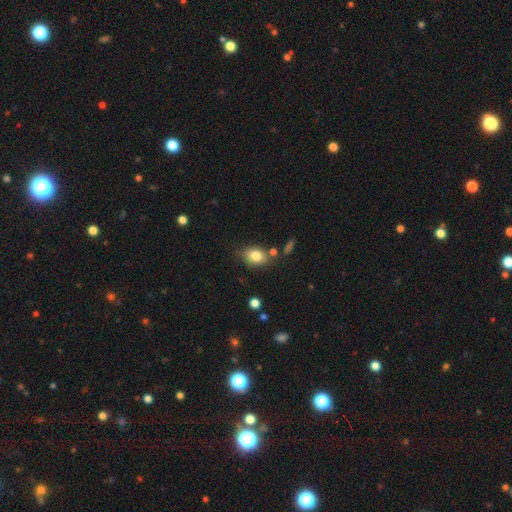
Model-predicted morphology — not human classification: Smooth or featured?
  - smooth: 82% *
  - featured or disk: 9%
  - star or artifact: 9%
How rounded?
  - in between: 72% *
  - round: 27%
  - cigar-shaped: 1%
Merging?
  - none: 70% *
  - minor disturbance: 17%
  - merger: 8%
  - major disturbance: 4%